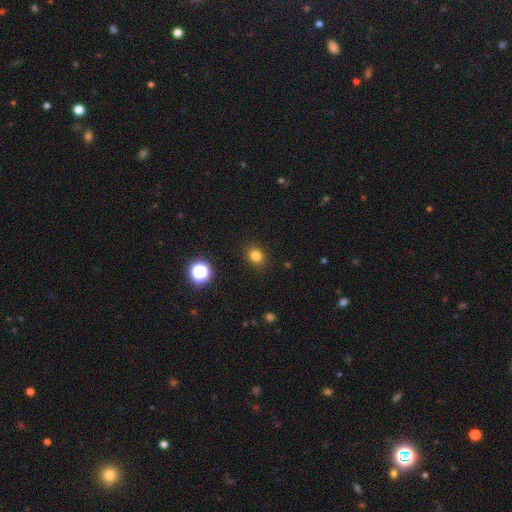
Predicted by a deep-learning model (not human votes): Smooth or featured? Predicted: smooth (p=0.80). How rounded? Predicted: round (p=0.57). Merging? Predicted: none (p=0.89).